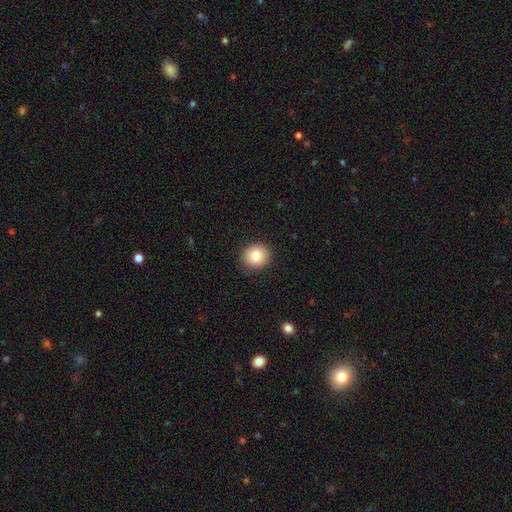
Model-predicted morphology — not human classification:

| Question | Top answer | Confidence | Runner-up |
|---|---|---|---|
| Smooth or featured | smooth | 81% | star or artifact (10%) |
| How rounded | round | 84% | in between (15%) |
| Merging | none | 91% | minor disturbance (6%) |